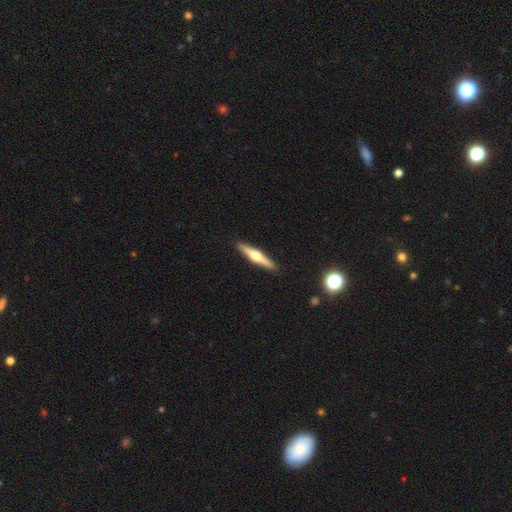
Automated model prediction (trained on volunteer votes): featured or disk 65%, smooth 29%, star or artifact 5%. Down the decision tree: edge-on disk — yes (97%); edge-on bulge — rounded (94%); merging — none (92%).